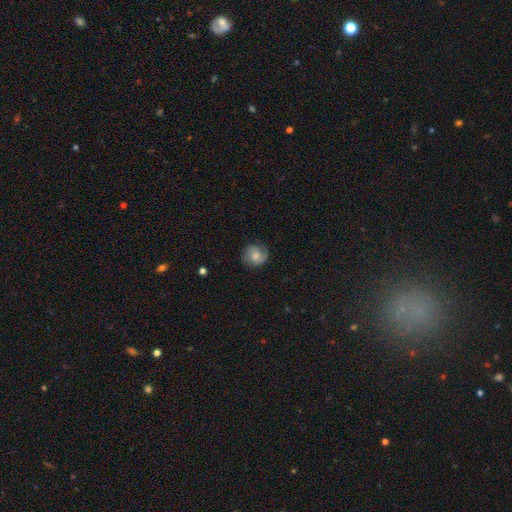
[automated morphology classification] smooth-or-featured: featured or disk: 58% | smooth: 33% | star or artifact: 8%
  disk-edge-on: no: 98% | yes: 2%
    bar: no: 64% | weak: 31% | strong: 5%
    has-spiral-arms: yes: 92% | no: 8%
      spiral-winding: medium: 42% (tied) | tight: 42% (tied) | loose: 17%
      spiral-arm-count: 2: 70% | can't tell: 11% | 1: 10% | 3: 5% | 4: 2% | more than 4: 2%
    bulge-size: moderate: 52% | small: 31% | large: 9% | none: 6% | dominant: 2%
  merging: none: 77% | minor disturbance: 16% | major disturbance: 6% | merger: 1%